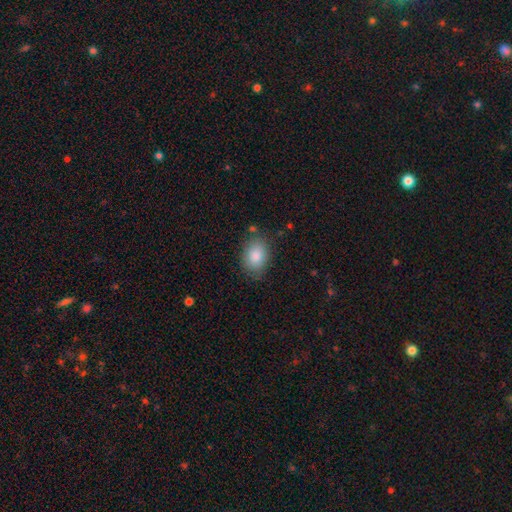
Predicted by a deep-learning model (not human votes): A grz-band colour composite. It shows a smooth galaxy with no disk features (87%) that is in between round and cigar-shaped (78%). Merging: none (79%).